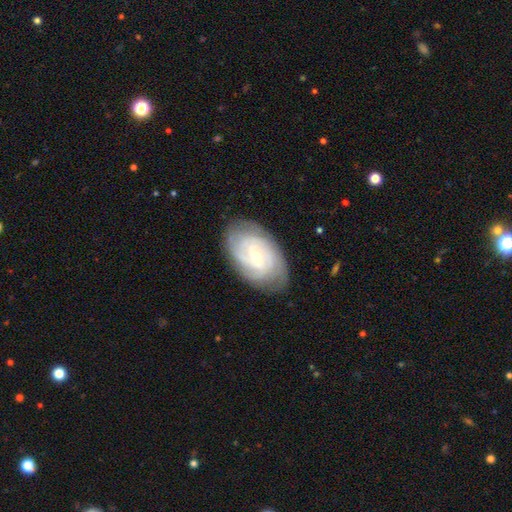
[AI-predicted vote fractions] This is likely a featured or disk galaxy (80%). It is clearly not viewed edge-on (96%). Bar: possibly no (56%). Spiral arm pattern: clearly yes (95%). Spiral arm count: marginally can't tell (36%). Spiral winding: likely tight (70%). Central bulge: likely small (66%). Merging: clearly none (80%).